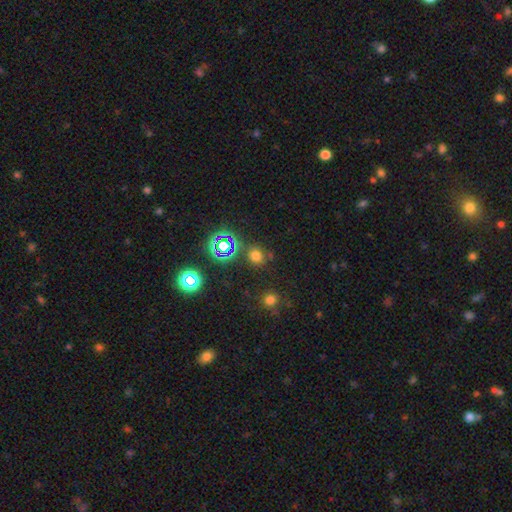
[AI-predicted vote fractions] Smooth or featured? Predicted: smooth (p=0.60). How rounded? Predicted: round (p=0.87). Merging? Predicted: none (p=0.79).